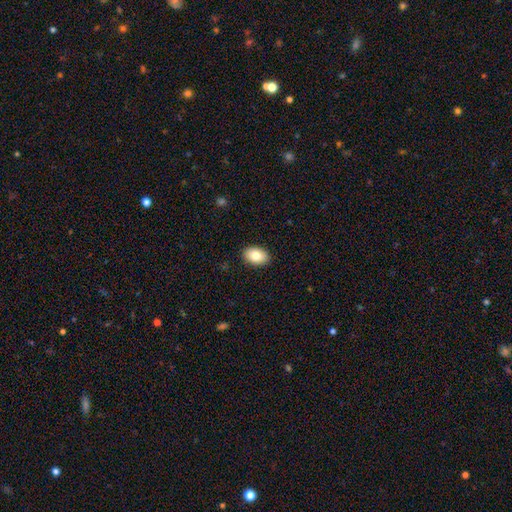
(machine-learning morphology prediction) This is clearly a smooth galaxy (82%). How rounded: clearly in between (88%). Merging: clearly none (90%).